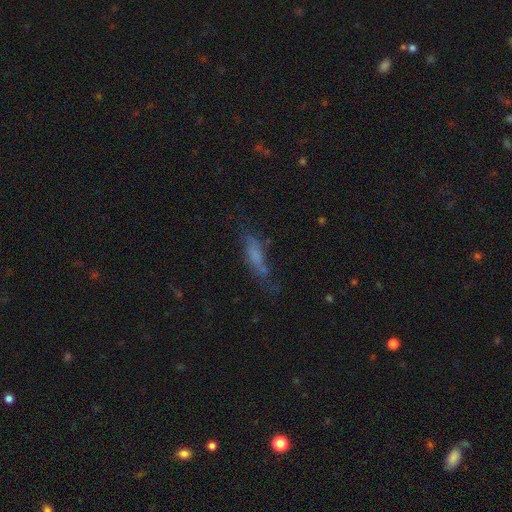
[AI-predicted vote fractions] Smooth or featured? Predicted: smooth (p=0.54). How rounded? Predicted: cigar-shaped (p=0.63). Merging? Predicted: none (p=0.48).